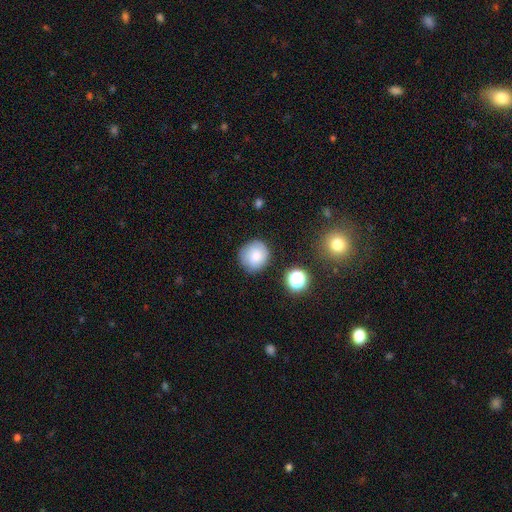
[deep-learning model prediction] Smooth or featured? smooth (78%)
How rounded? round (90%)
Merging? none (81%)